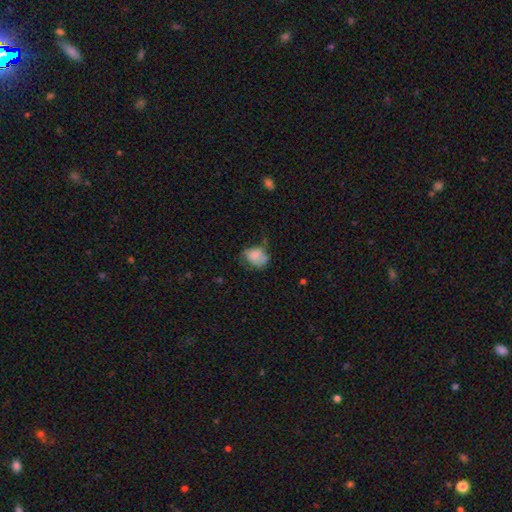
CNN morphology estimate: This is likely a smooth galaxy (73%). How rounded: possibly in between (52%). Merging: marginally none (34%).